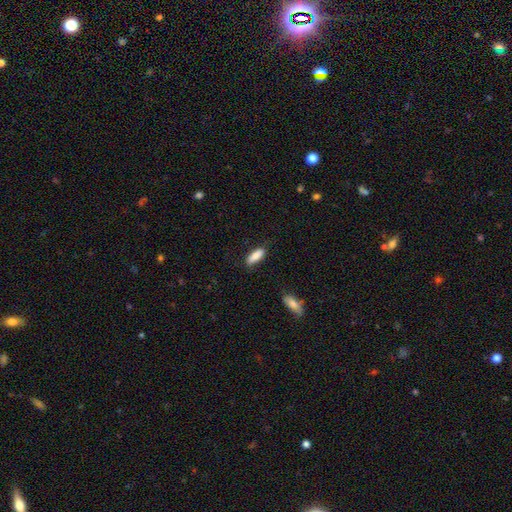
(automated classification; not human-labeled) A smooth galaxy with no disk features (86%) that is in between round and cigar-shaped (57%).

Vote fractions:
- Smooth or featured? smooth: 86% / featured or disk: 8% / star or artifact: 6%
- How rounded? in between: 57% / cigar-shaped: 41% / round: 2%
- Merging? none: 82% / minor disturbance: 14% / major disturbance: 3% / merger: 2%